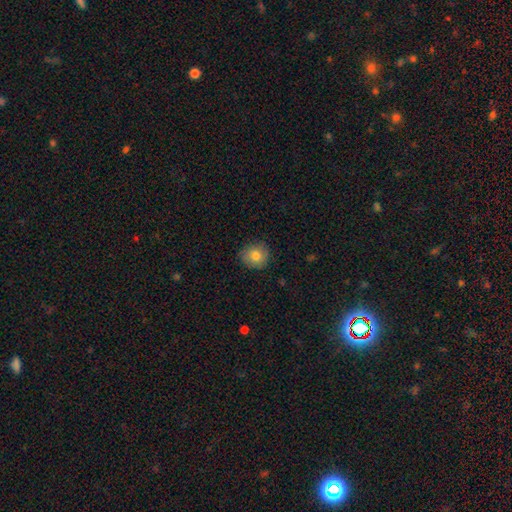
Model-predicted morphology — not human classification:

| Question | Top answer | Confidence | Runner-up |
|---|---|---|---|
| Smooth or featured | smooth | 81% | featured or disk (10%) |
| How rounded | round | 86% | in between (13%) |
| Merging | none | 82% | minor disturbance (14%) |